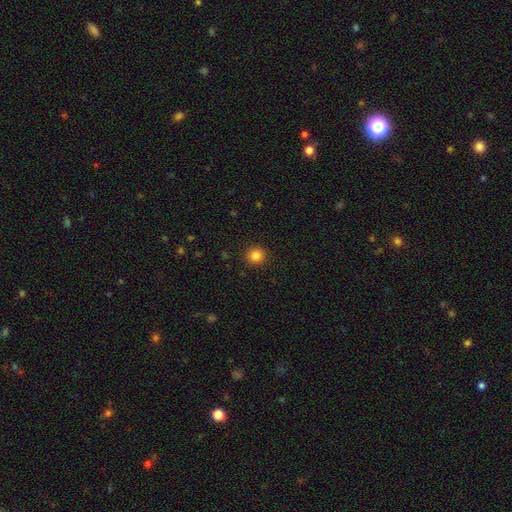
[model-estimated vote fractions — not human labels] smooth-or-featured: smooth: 84% | star or artifact: 12% | featured or disk: 4%
  how-rounded: round: 93% | in between: 6% | cigar-shaped: 1%
  merging: none: 92% | minor disturbance: 5% | major disturbance: 2% | merger: 1%